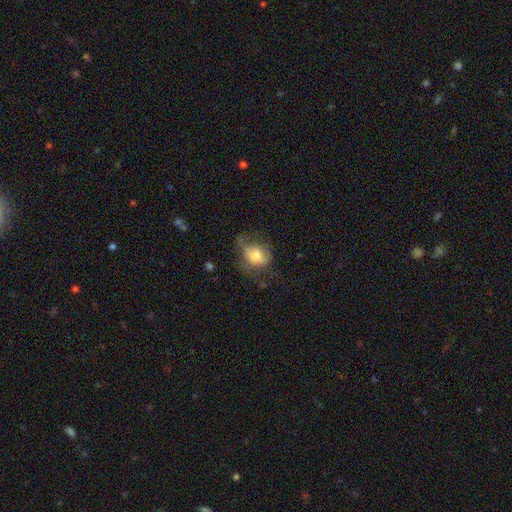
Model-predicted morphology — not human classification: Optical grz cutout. It shows a smooth galaxy with no disk features (66%) that is in between round and cigar-shaped (64%). Merging: none (37%).